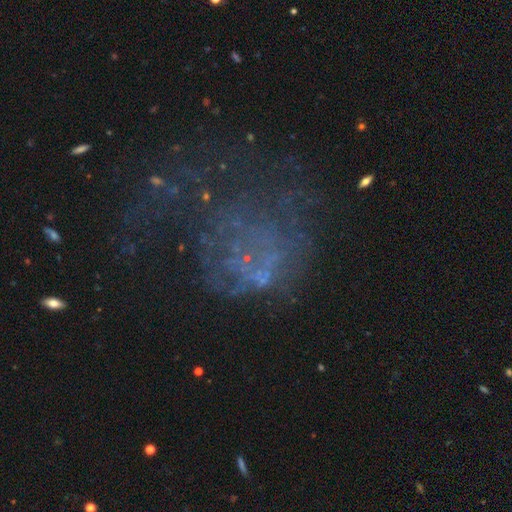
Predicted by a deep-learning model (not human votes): Smooth or featured: featured or disk — 47% (star or artifact — 31%)
Merging: major disturbance — 48% (none — 31%)